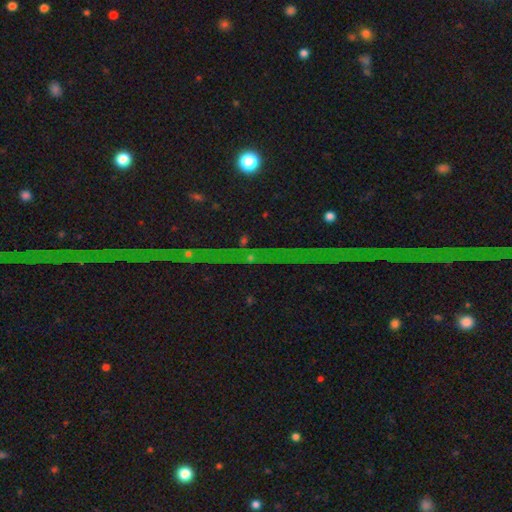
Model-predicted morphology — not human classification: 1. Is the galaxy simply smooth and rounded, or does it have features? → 81% star or artifact, 11% featured or disk, 8% smooth.